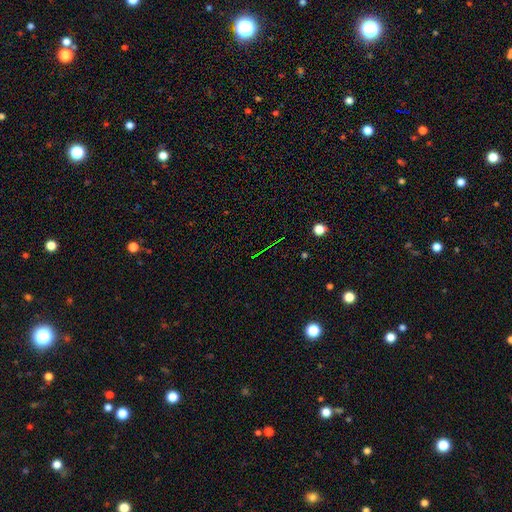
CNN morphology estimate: star or artifact 70%, smooth 16%, featured or disk 14%.